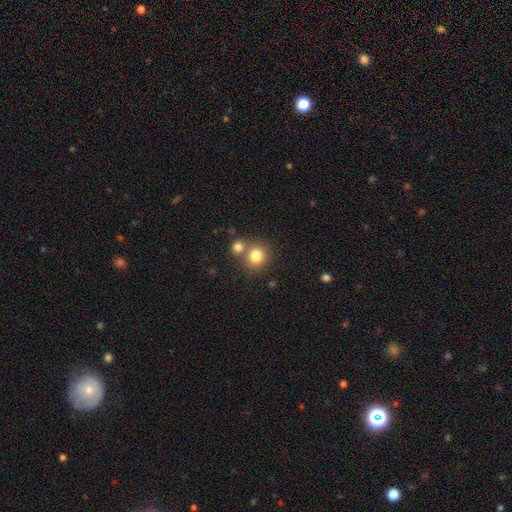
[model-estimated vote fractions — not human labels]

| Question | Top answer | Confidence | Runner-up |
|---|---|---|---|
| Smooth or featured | smooth | 81% | star or artifact (11%) |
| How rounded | round | 83% | in between (16%) |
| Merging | none | 60% | merger (29%) |